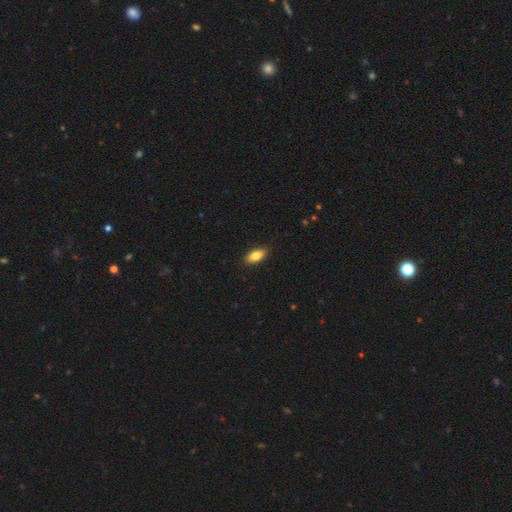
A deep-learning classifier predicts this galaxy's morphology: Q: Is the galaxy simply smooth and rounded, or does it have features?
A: smooth — 83%.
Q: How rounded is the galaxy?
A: in between — 89%.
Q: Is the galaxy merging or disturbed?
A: none — 88%.